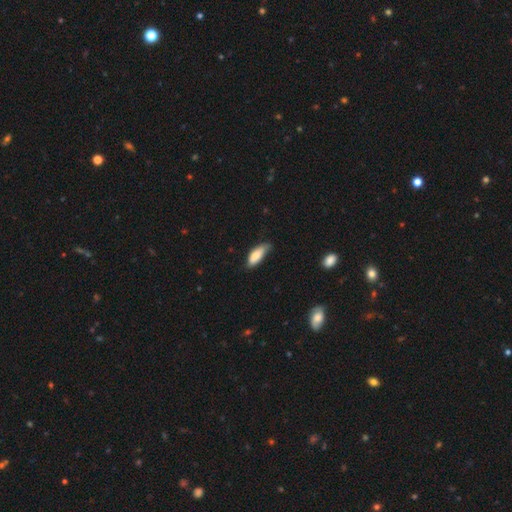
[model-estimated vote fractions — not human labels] smooth 80%, featured or disk 14%, star or artifact 6%. Down the decision tree: how rounded — in between (74%); merging — none (50%).